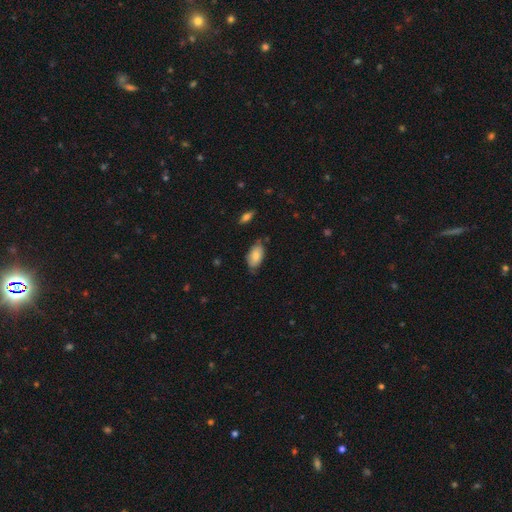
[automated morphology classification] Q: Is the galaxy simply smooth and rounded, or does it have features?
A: smooth — 77%.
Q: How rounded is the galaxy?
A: in between — 93%.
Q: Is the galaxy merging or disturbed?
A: none — 68%.